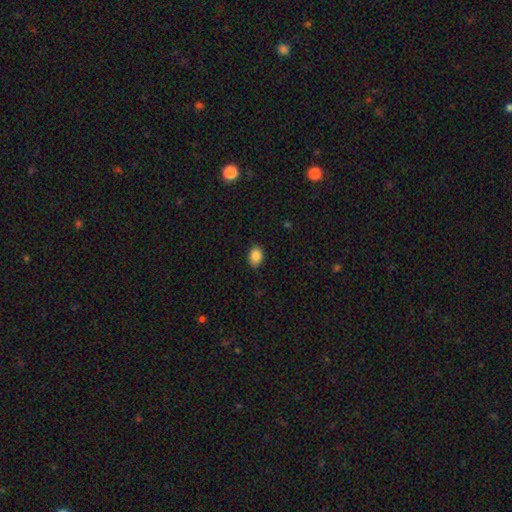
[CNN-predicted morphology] Smooth or featured: smooth — 87% (star or artifact — 8%)
How rounded: in between — 80% (round — 19%)
Merging: none — 86% (minor disturbance — 11%)